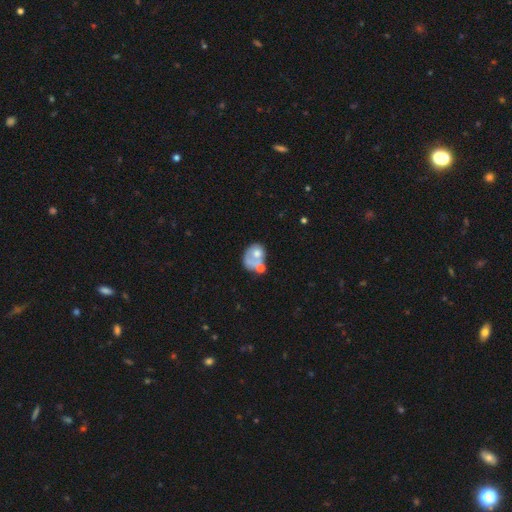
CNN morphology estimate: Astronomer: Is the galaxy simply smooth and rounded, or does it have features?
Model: smooth — 53% (runner-up: featured or disk, 38%).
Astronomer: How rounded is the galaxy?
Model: in between — 57% (runner-up: round, 42%).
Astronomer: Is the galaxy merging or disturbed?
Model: merger — 30% (runner-up: none, 29%).